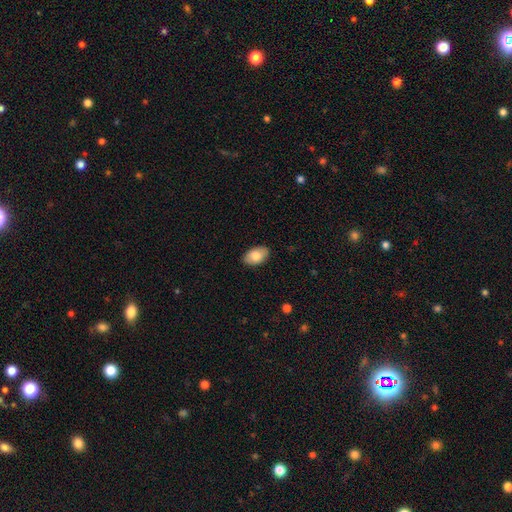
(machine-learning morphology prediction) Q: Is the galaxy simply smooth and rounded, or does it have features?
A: smooth — 80%.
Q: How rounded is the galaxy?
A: in between — 92%.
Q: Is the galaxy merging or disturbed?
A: none — 88%.